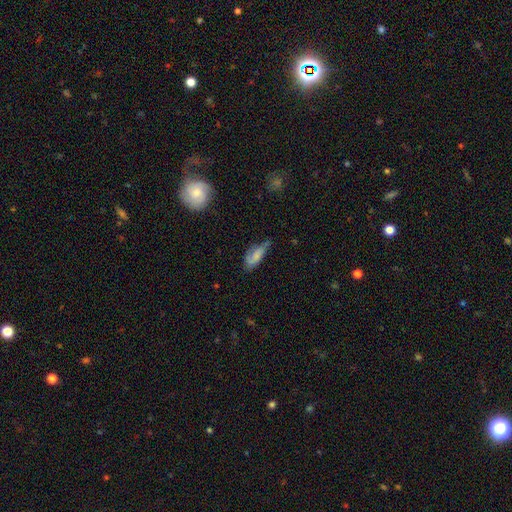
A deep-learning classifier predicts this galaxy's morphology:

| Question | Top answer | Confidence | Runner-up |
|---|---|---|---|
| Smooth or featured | smooth | 58% | featured or disk (33%) |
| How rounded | in between | 78% | cigar-shaped (19%) |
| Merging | none | 38% | minor disturbance (37%) |